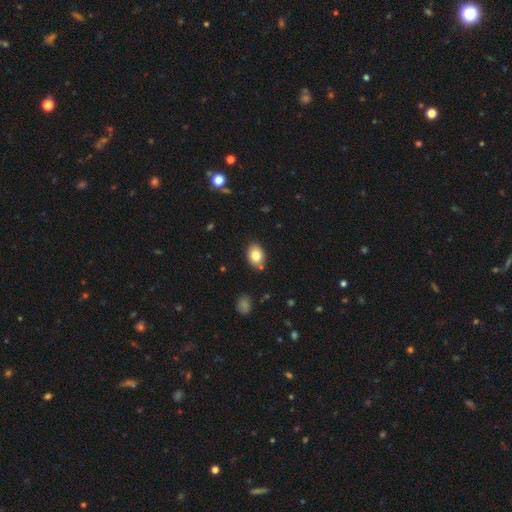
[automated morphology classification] smooth_or_featured: smooth (p=0.82) [alt: featured or disk p=0.10]
how_rounded: in between (p=0.72) [alt: round p=0.27]
merging: none (p=0.81) [alt: minor disturbance p=0.12]